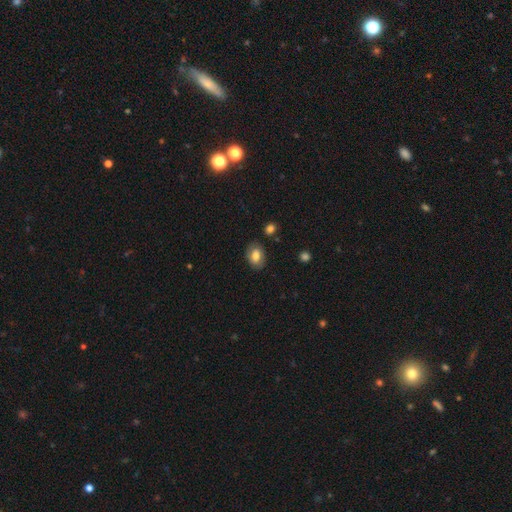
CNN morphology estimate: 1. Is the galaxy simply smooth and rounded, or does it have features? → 76% smooth, 17% featured or disk, 8% star or artifact.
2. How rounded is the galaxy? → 81% in between, 18% round, 1% cigar-shaped.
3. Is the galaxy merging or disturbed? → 82% none, 12% minor disturbance, 3% major disturbance, 2% merger.